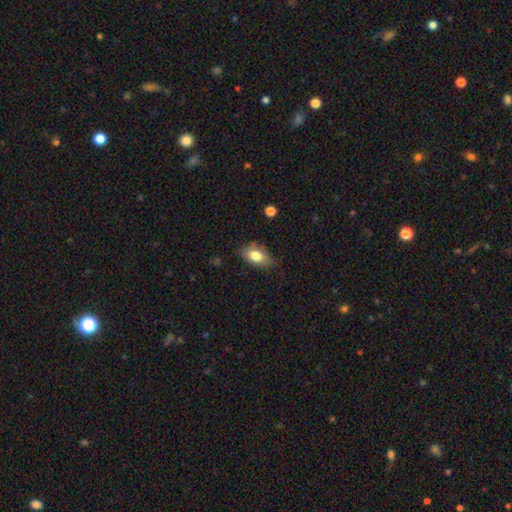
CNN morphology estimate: type=smooth (80%); roundness=in between (90%); merging=none (70%).